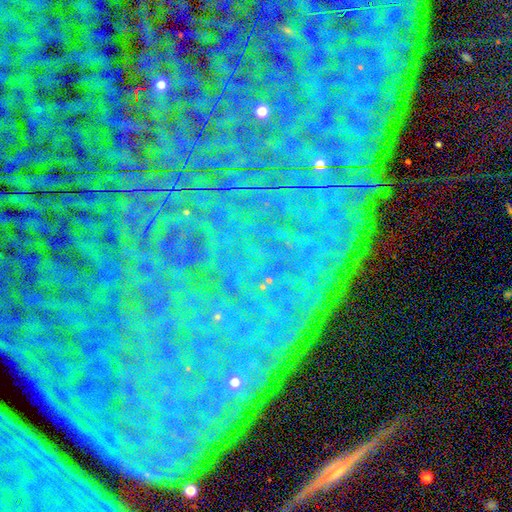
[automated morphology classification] Overall: star or artifact (84%).